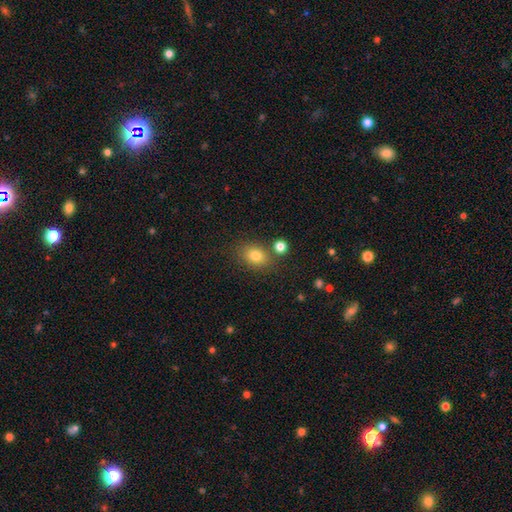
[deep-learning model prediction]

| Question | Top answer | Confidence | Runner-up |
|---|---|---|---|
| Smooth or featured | smooth | 79% | star or artifact (12%) |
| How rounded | in between | 62% | round (37%) |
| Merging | none | 73% | minor disturbance (12%) |